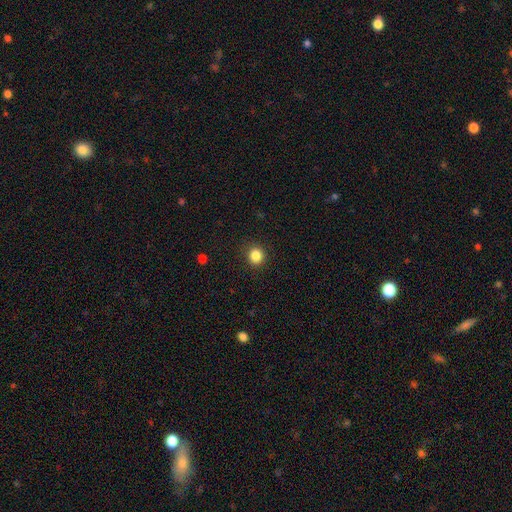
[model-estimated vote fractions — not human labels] A smooth galaxy with no disk features (85%) that is round (86%).

Vote fractions:
- Smooth or featured? smooth: 85% / star or artifact: 11% / featured or disk: 4%
- How rounded? round: 86% / in between: 13% / cigar-shaped: 1%
- Merging? none: 90% / minor disturbance: 7% / major disturbance: 2% / merger: 1%